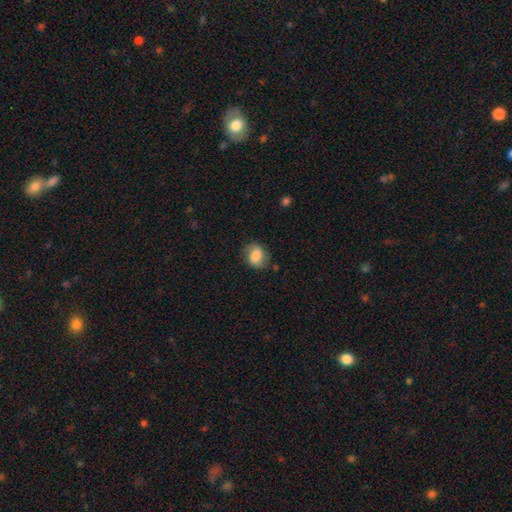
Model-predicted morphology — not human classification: Smooth or featured: smooth — 68% (featured or disk — 23%)
How rounded: in between — 52% (round — 47%)
Merging: none — 72% (minor disturbance — 19%)